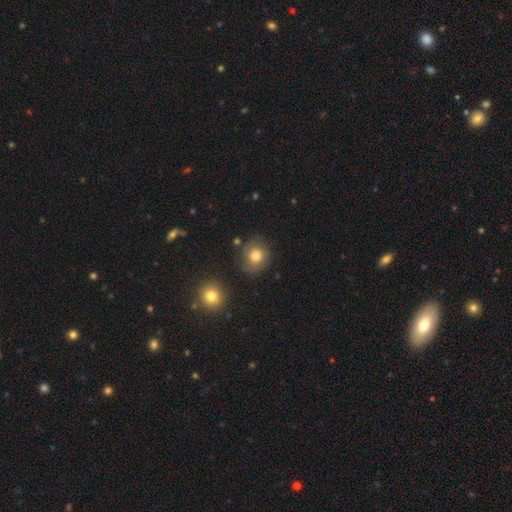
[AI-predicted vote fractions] This appears to be a smooth galaxy with no disk features (67%) that is round (84%). Merging: none (72%).